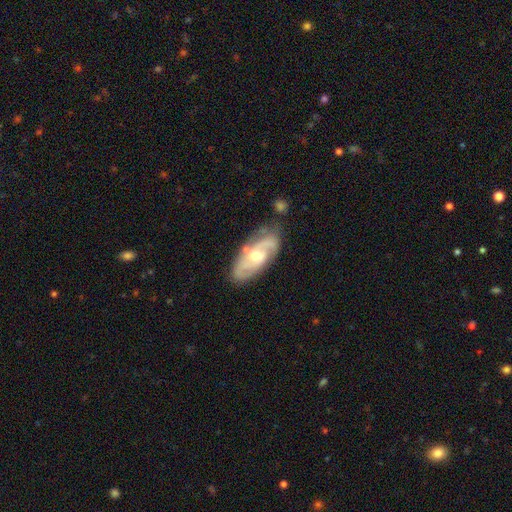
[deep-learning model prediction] Smooth or featured?
  - featured or disk: 78% *
  - smooth: 16%
  - star or artifact: 5%
Edge-on disk?
  - no: 92% *
  - yes: 8%
Bar?
  - no: 58% *
  - weak: 34%
  - strong: 8%
Spiral arms?
  - yes: 89% *
  - no: 11%
Spiral winding?
  - medium: 42% * (tied)
  - tight: 42% * (tied)
  - loose: 16%
Spiral arm count?
  - 2: 60% *
  - can't tell: 21%
  - 3: 10%
  - 1: 5%
  - 4: 2%
  - more than 4: 2%
Bulge size?
  - moderate: 68% *
  - small: 25%
  - large: 5%
  - none: 1%
  - dominant: 1%
Merging?
  - none: 71% *
  - minor disturbance: 20%
  - major disturbance: 6%
  - merger: 4%